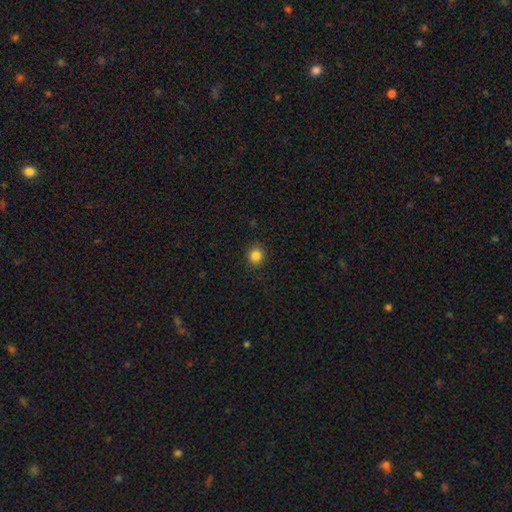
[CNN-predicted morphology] A smooth galaxy with no disk features (84%) that is round (89%). Merging: none (91%).